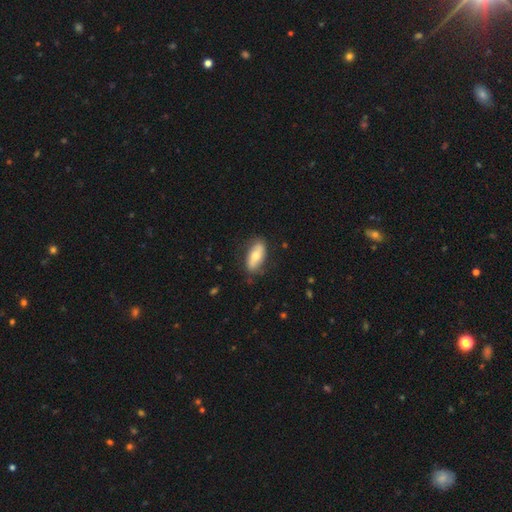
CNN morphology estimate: Smooth or featured?
  - smooth: 61% *
  - featured or disk: 34%
  - star or artifact: 6%
How rounded?
  - in between: 85% *
  - cigar-shaped: 12%
  - round: 3%
Merging?
  - none: 79% *
  - minor disturbance: 16%
  - major disturbance: 4%
  - merger: 1%